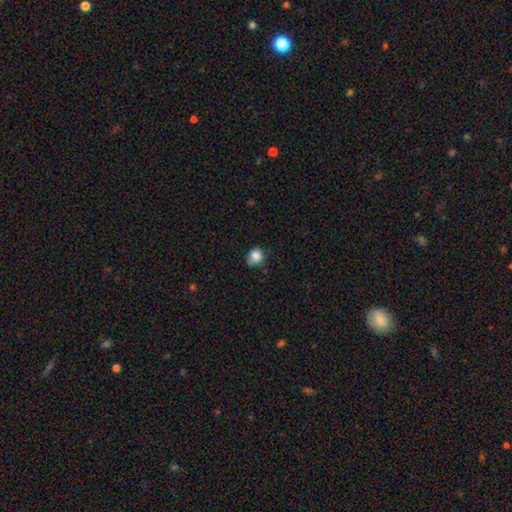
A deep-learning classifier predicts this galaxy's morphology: This appears to be a smooth galaxy with no disk features (83%) that is round (73%). Merging: none (66%).